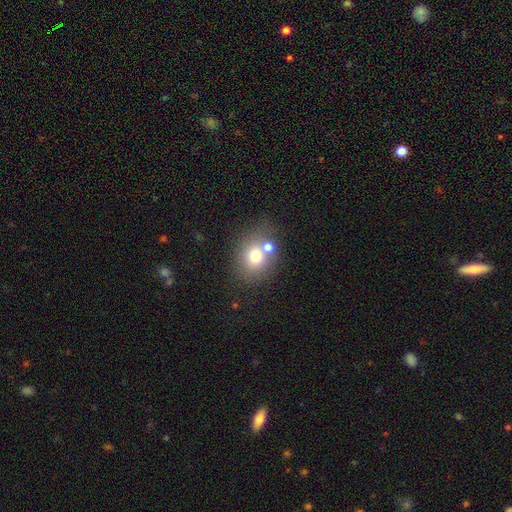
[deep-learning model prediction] This is likely a smooth galaxy (71%). How rounded: possibly round (59%). Merging: possibly none (55%).